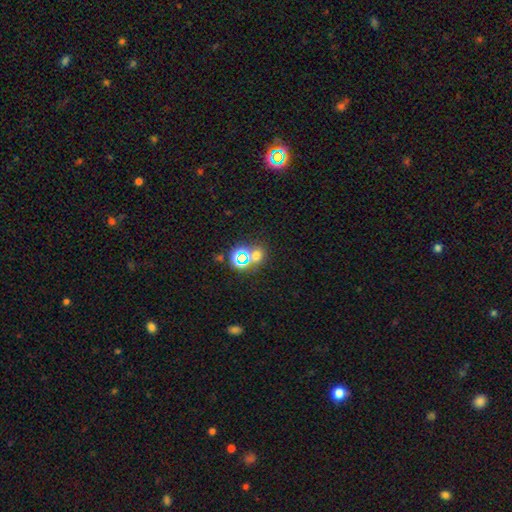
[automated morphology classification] Overall: smooth (46%; star or artifact 45%). Merging: none (63%).